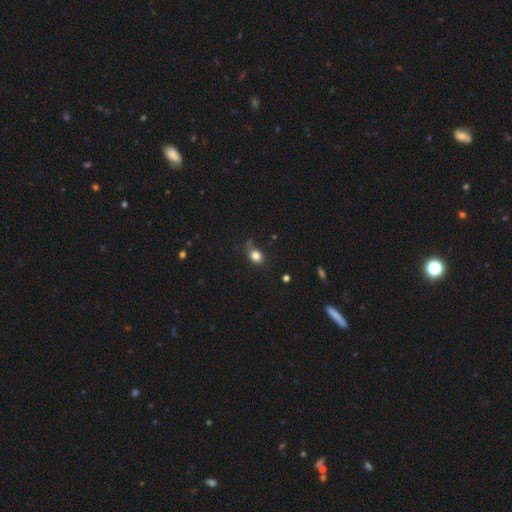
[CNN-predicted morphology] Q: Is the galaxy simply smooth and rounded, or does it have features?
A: smooth — 80%.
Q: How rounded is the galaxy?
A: in between — 51%.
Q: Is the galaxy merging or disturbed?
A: none — 66%.